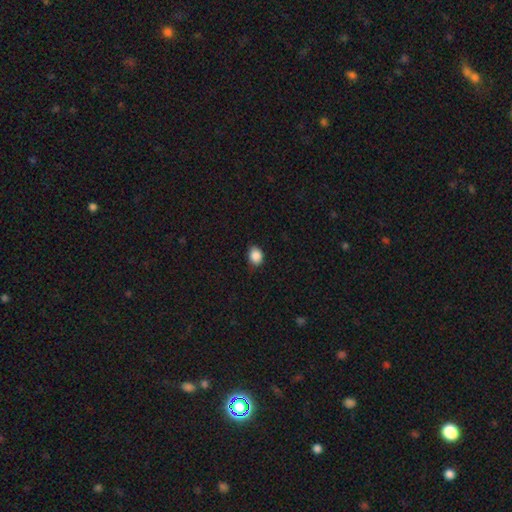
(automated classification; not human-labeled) A smooth galaxy with no disk features (88%) that is in between round and cigar-shaped (55%). Merging: none (79%).